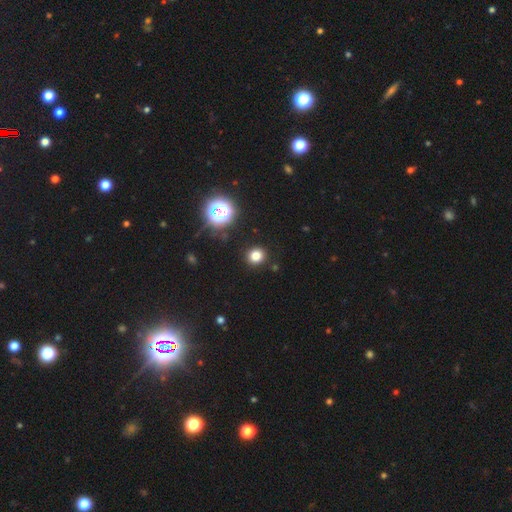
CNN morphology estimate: This appears to be a smooth galaxy with no disk features (77%) that is round (87%). Merging: none (91%).